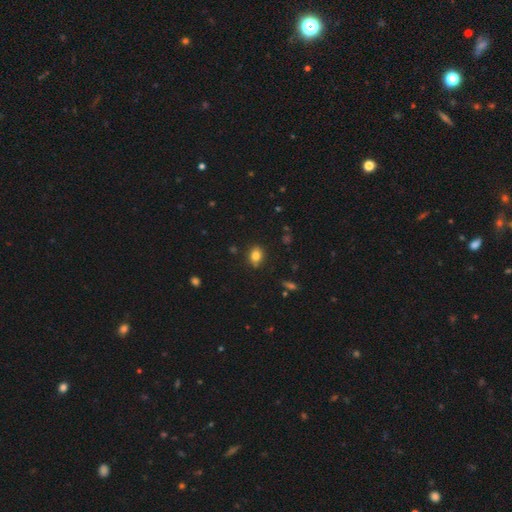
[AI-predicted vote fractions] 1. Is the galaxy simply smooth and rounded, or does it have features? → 82% smooth, 11% star or artifact, 7% featured or disk.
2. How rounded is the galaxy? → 56% in between, 42% round, 1% cigar-shaped.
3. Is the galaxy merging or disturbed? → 84% none, 12% minor disturbance, 2% major disturbance, 2% merger.